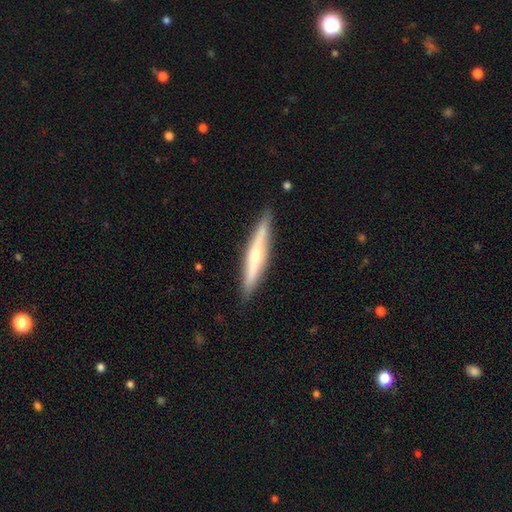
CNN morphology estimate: Smooth or featured: featured or disk — 63% (smooth — 32%)
Edge-on disk: yes — 96% (no — 4%)
Edge-on bulge: rounded — 84% (none — 12%)
Merging: none — 90% (minor disturbance — 7%)